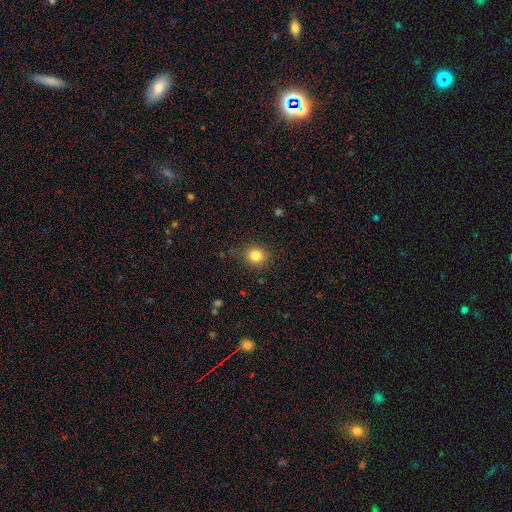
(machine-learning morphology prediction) This is clearly a smooth galaxy (83%). How rounded: likely round (79%). Merging: clearly none (82%).